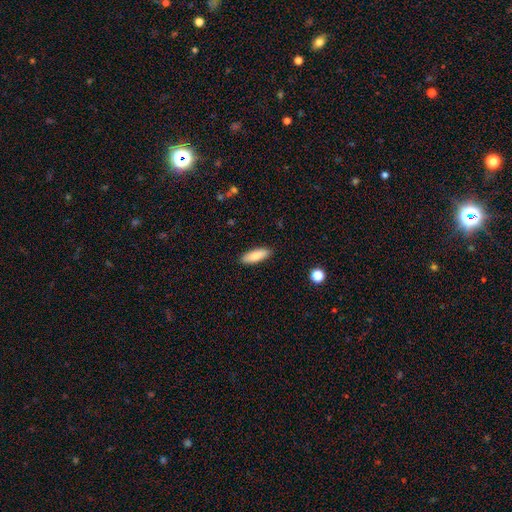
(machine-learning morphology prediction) The model was most divided on "how rounded": in between: 63%, cigar-shaped: 35%, round: 2%. More confident: merging — none (90%); smooth or featured — smooth (82%).